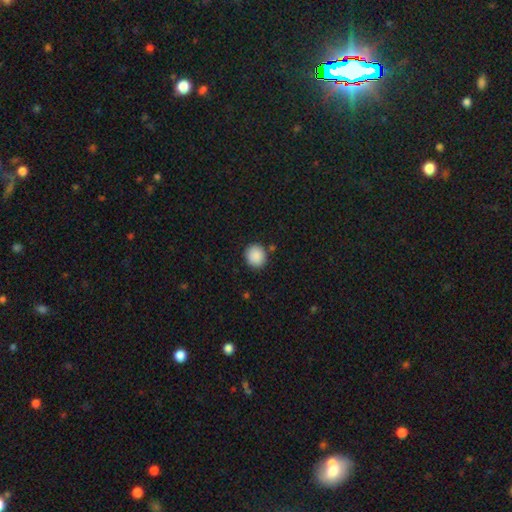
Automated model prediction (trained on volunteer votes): Morphology: type=smooth (89%); roundness=round (84%); merging=none (88%).